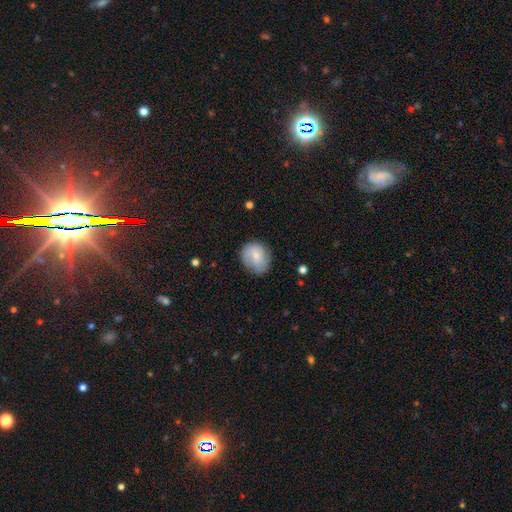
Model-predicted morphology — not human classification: Smooth or featured?
  - smooth: 67% *
  - featured or disk: 26%
  - star or artifact: 7%
How rounded?
  - round: 69% *
  - in between: 30%
  - cigar-shaped: 1%
Merging?
  - none: 70% *
  - minor disturbance: 22%
  - major disturbance: 6%
  - merger: 1%